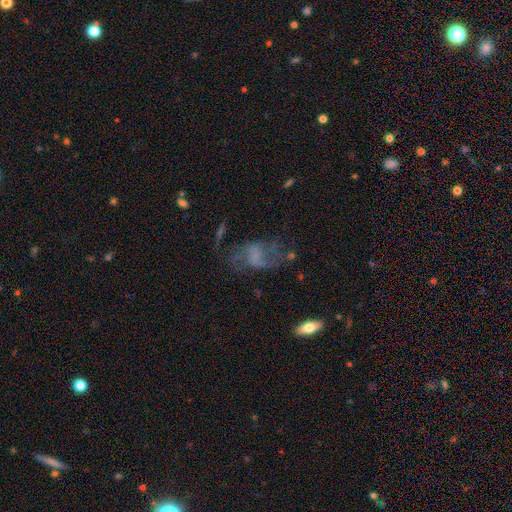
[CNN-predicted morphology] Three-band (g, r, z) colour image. It shows a featured or disk galaxy (57%) with no bar (62%), spiral arms (58%) and no central bulge (68%). Merging: none (40%).